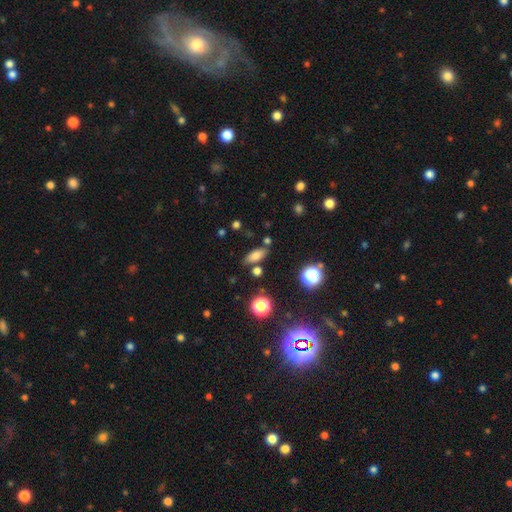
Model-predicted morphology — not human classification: smooth_or_featured: smooth (p=0.75) [alt: star or artifact p=0.13]
how_rounded: in between (p=0.78) [alt: cigar-shaped p=0.16]
merging: none (p=0.77) [alt: minor disturbance p=0.12]